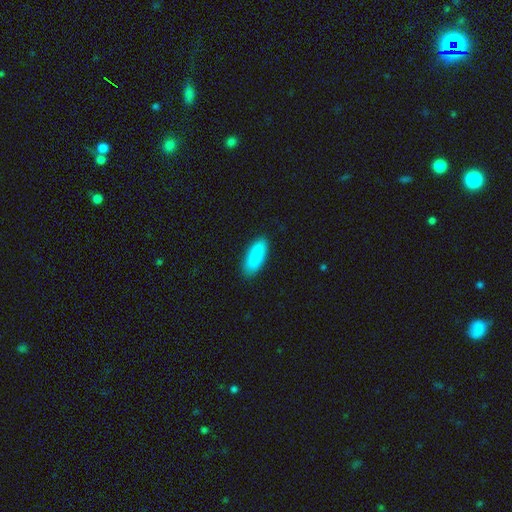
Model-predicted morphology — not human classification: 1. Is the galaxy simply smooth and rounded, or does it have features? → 89% smooth, 6% star or artifact, 5% featured or disk.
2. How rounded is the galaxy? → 71% in between, 27% cigar-shaped, 2% round.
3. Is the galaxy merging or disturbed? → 86% none, 11% minor disturbance, 2% major disturbance, 1% merger.